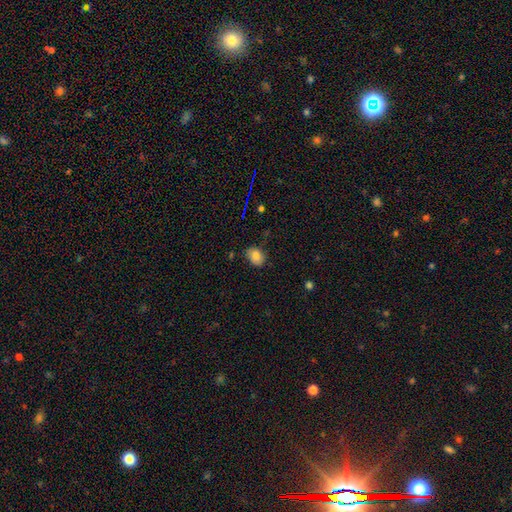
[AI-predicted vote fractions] smooth_or_featured: smooth (p=0.82) [alt: star or artifact p=0.10]
how_rounded: in between (p=0.66) [alt: round p=0.33]
merging: none (p=0.77) [alt: minor disturbance p=0.18]